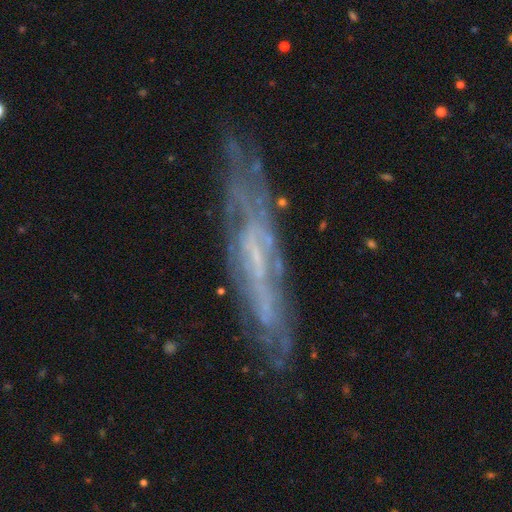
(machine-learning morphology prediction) Smooth or featured: featured or disk — 76% (smooth — 16%)
Edge-on disk: no — 53% (yes — 47%)
Merging: none — 65% (minor disturbance — 22%)